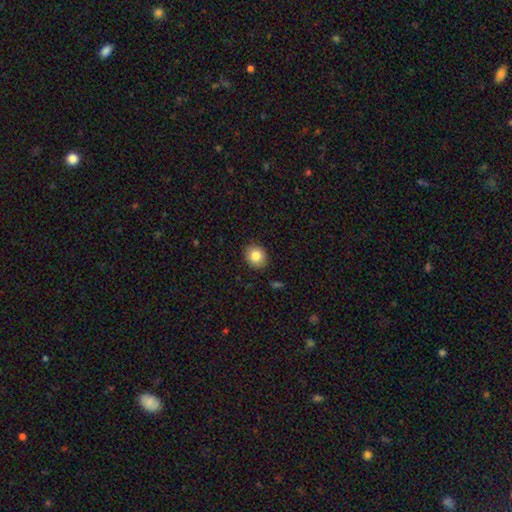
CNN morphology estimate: Overall: smooth (84%). How rounded: round (71%). Merging: none (90%).